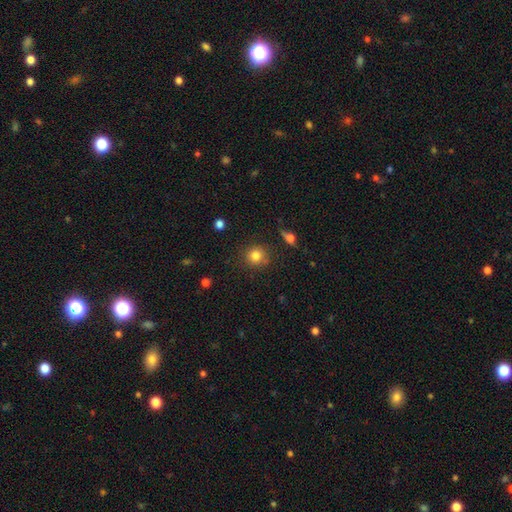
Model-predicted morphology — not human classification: This appears to be a smooth galaxy with no disk features (81%) that is round (89%). Merging: none (85%).